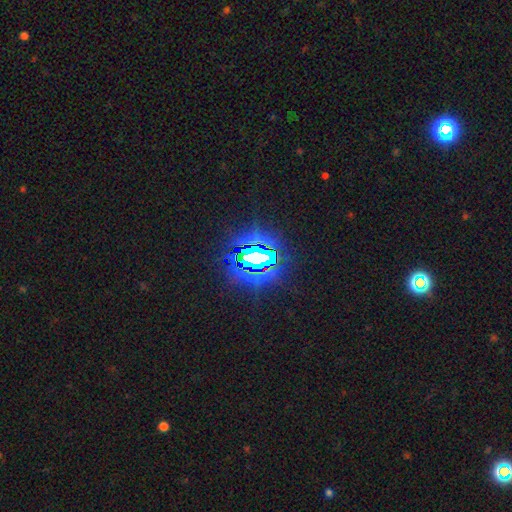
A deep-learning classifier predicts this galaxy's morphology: Overall: star or artifact (79%).